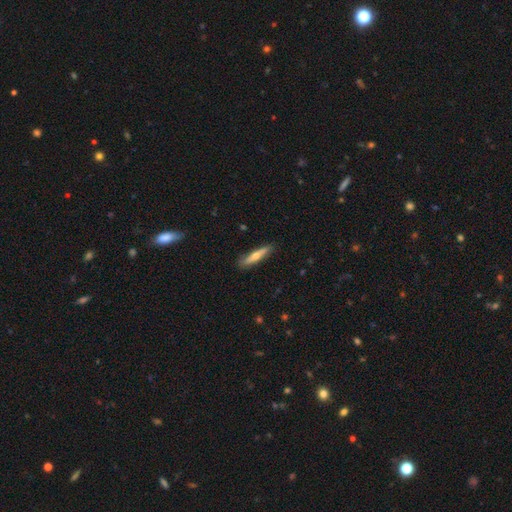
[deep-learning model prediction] smooth-or-featured: smooth: 53% | featured or disk: 41% | star or artifact: 6%
  how-rounded: cigar-shaped: 87% | in between: 11% | round: 2%
  merging: none: 87% | minor disturbance: 10% | major disturbance: 2% | merger: 1%